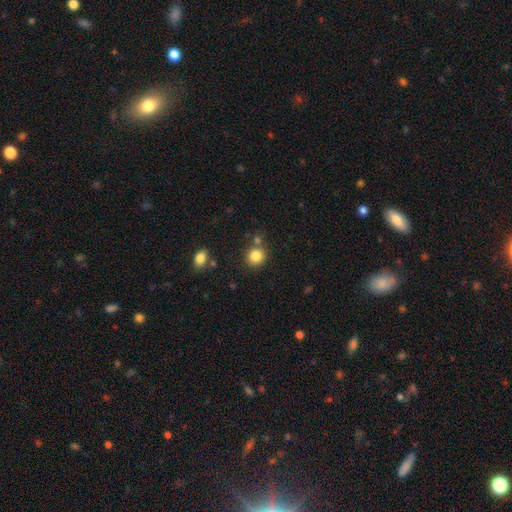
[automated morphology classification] type=smooth (84%); roundness=round (86%); merging=none (75%).